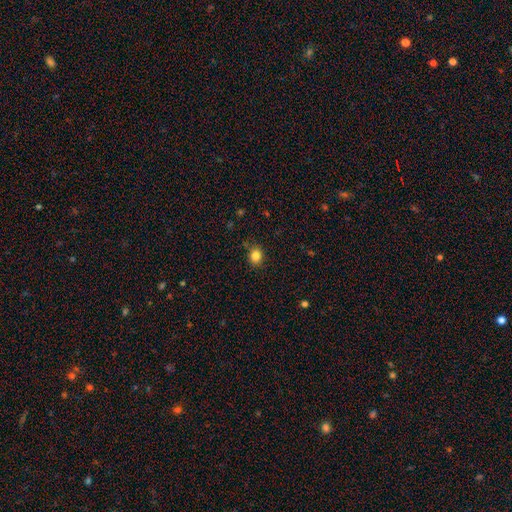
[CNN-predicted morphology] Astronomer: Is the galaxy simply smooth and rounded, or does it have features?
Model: smooth — 84%.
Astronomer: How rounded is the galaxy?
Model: round — 61% (runner-up: in between, 38%).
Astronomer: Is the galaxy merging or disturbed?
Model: none — 83%.